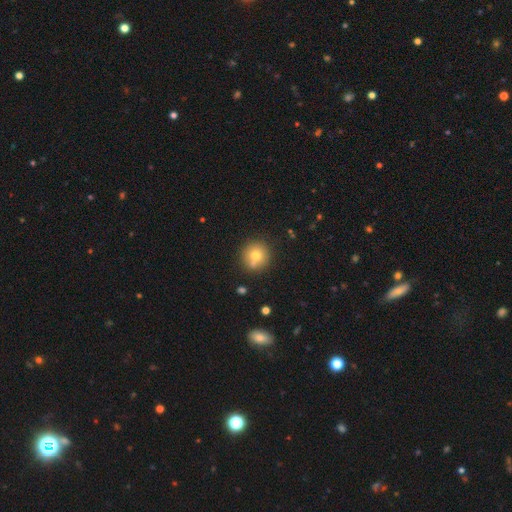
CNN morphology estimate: This is likely a smooth galaxy (72%). How rounded: clearly round (92%). Merging: likely none (73%).